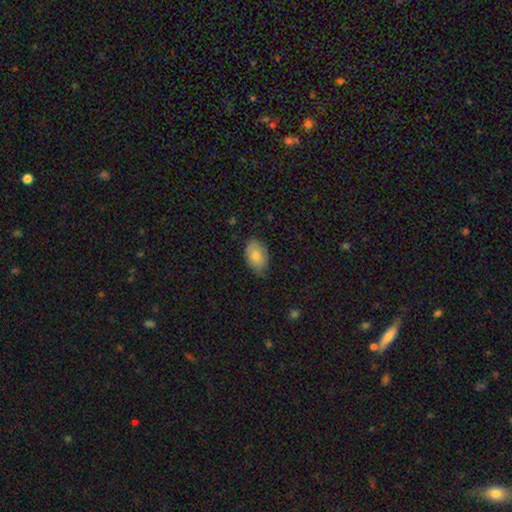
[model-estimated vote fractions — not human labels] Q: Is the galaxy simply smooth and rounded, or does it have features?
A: smooth — 77%.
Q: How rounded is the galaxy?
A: in between — 90%.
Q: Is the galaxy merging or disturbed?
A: none — 71%.